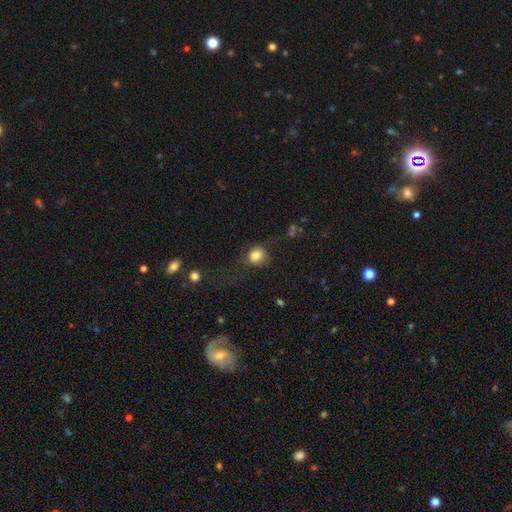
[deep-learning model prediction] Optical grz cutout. It shows a smooth galaxy with no disk features (81%) that is round (80%). Merging: none (60%).